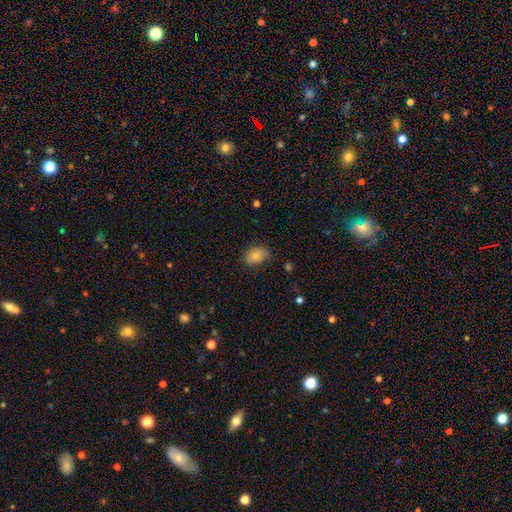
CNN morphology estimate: Smooth or featured? Predicted: smooth (p=0.81). How rounded? Predicted: in between (p=0.74). Merging? Predicted: none (p=0.77).